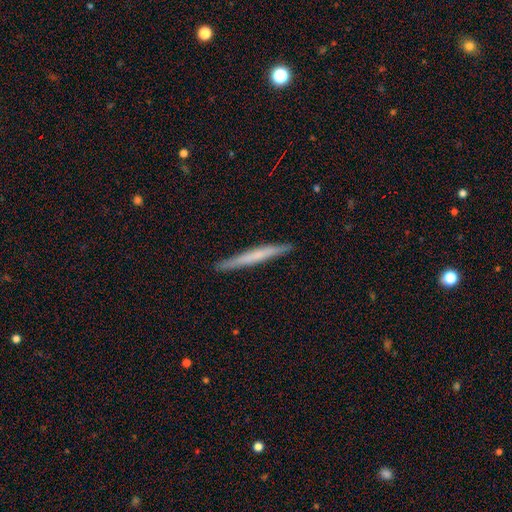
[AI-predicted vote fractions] Smooth or featured? smooth (55%)
How rounded? cigar-shaped (97%)
Merging? none (91%)